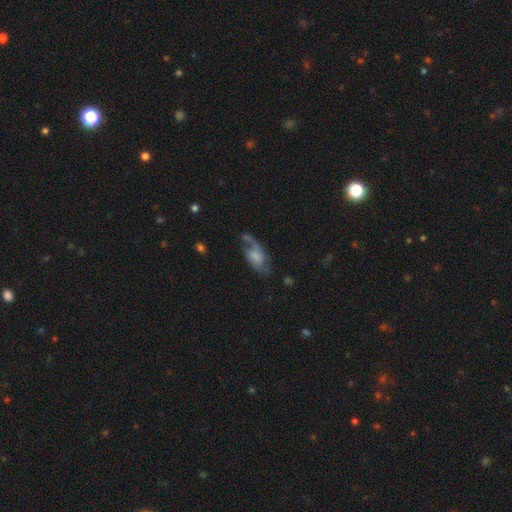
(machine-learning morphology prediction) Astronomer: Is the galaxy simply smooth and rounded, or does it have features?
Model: featured or disk — 74%.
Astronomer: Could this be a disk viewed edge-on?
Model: no — 94%.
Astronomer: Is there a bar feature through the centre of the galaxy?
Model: no — 58% (runner-up: weak, 36%).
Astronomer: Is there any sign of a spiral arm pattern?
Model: yes — 92%.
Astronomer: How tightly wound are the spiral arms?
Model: loose — 56% (runner-up: medium, 35%).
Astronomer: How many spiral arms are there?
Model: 2 — 77%.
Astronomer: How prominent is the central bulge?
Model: none — 29% (runner-up: small, 28%).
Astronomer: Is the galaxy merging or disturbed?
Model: none — 57%.